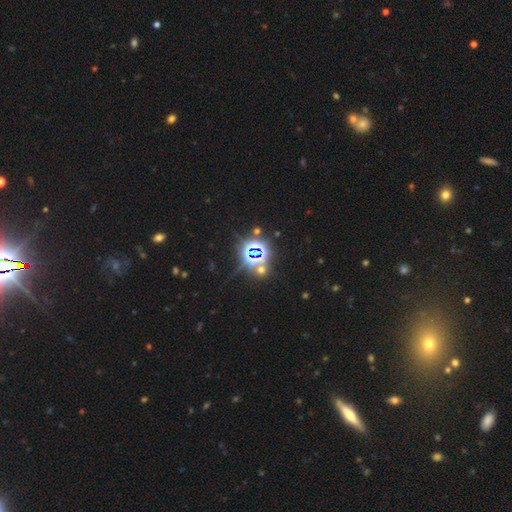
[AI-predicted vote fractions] Smooth or featured?
  - star or artifact: 79% *
  - smooth: 13%
  - featured or disk: 8%